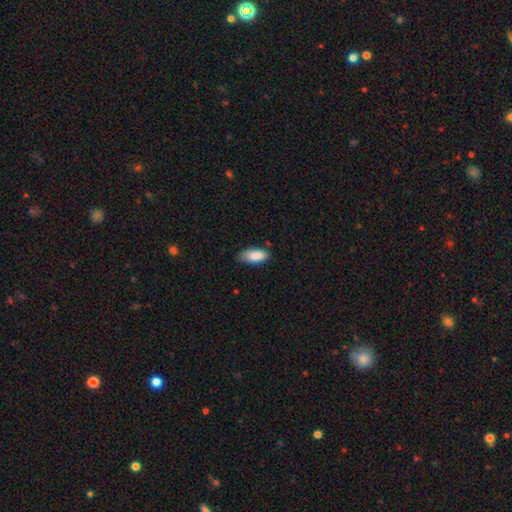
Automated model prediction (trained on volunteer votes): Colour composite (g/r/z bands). It shows a smooth galaxy with no disk features (88%) that is in between round and cigar-shaped (87%). Merging: none (73%).